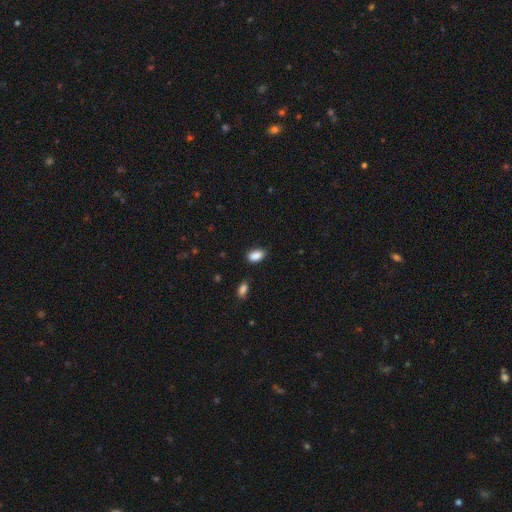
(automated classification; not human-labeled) Smooth or featured: smooth — 89% (star or artifact — 8%)
How rounded: in between — 91% (round — 7%)
Merging: none — 79% (minor disturbance — 16%)